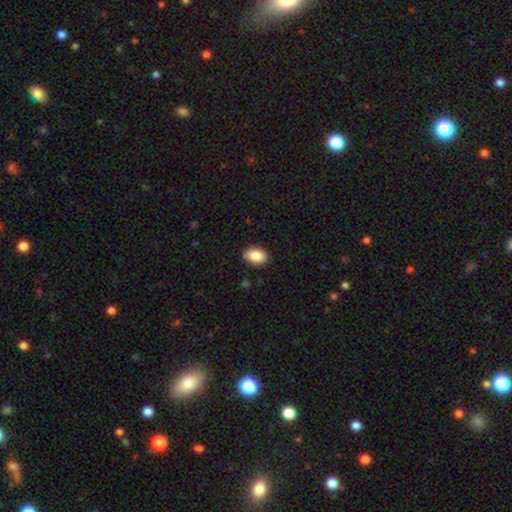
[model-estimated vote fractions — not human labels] Smooth or featured? Predicted: smooth (p=0.88). How rounded? Predicted: in between (p=0.86). Merging? Predicted: none (p=0.87).